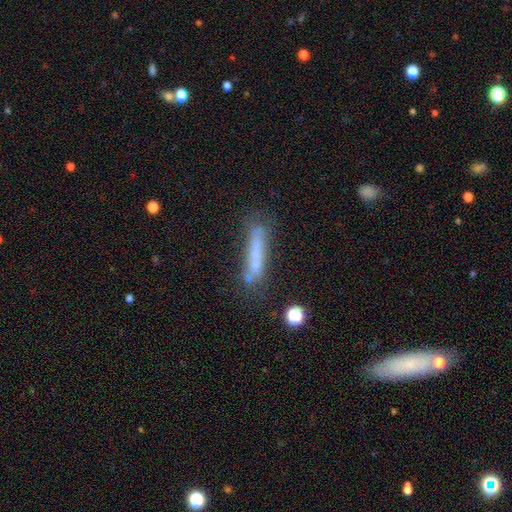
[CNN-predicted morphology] Smooth or featured?
  - smooth: 52% *
  - featured or disk: 36%
  - star or artifact: 11%
How rounded?
  - cigar-shaped: 90% *
  - in between: 8%
  - round: 2%
Merging?
  - none: 58% *
  - minor disturbance: 22%
  - major disturbance: 11%
  - merger: 10%